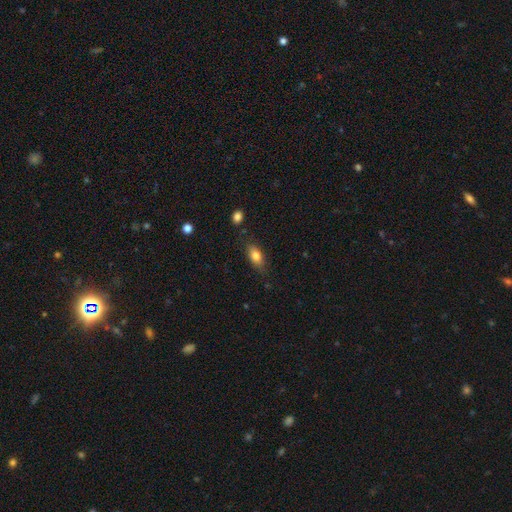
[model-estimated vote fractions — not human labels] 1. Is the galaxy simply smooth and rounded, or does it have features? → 79% smooth, 13% featured or disk, 8% star or artifact.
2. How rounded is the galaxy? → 83% in between, 11% cigar-shaped, 6% round.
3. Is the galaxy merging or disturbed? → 79% none, 16% minor disturbance, 4% major disturbance, 2% merger.